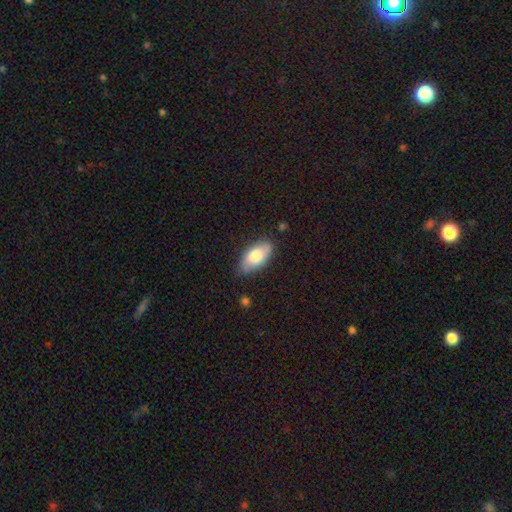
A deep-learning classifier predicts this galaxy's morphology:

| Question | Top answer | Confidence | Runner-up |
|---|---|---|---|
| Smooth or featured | smooth | 75% | featured or disk (19%) |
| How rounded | in between | 93% | cigar-shaped (5%) |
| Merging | none | 78% | minor disturbance (17%) |